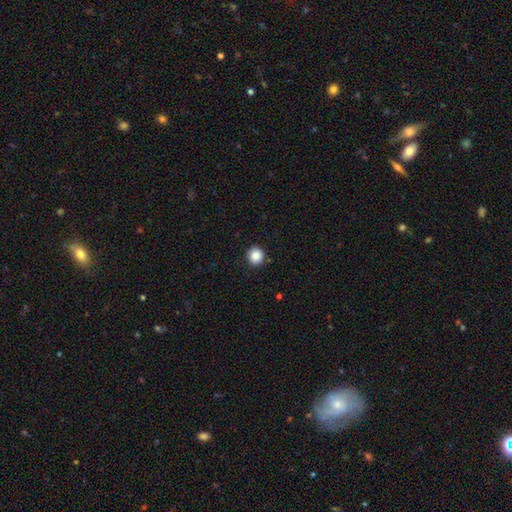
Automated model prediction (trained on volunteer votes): A smooth galaxy with no disk features (87%) that is round (90%). Merging: none (91%).